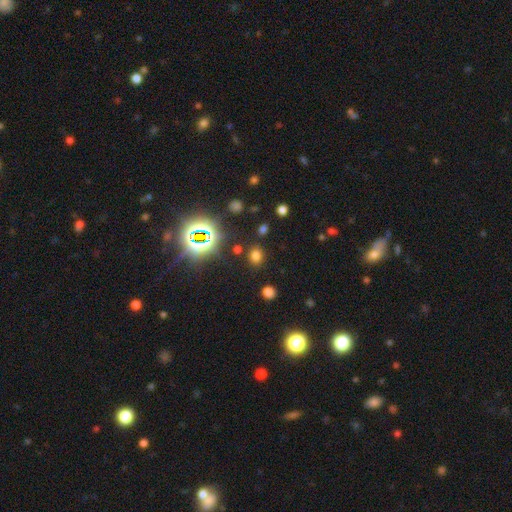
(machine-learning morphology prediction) This is likely a smooth galaxy (64%). How rounded: possibly round (58%). Merging: clearly none (85%).